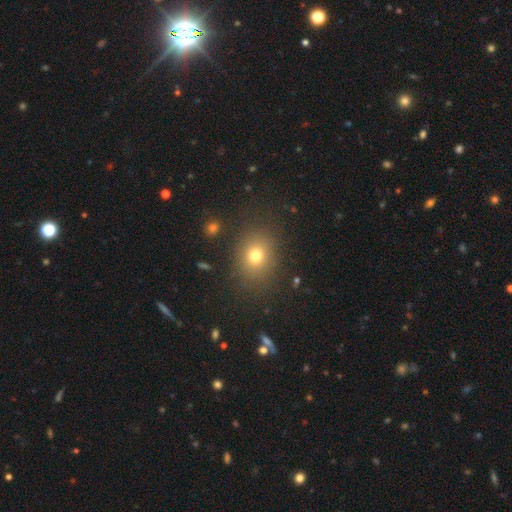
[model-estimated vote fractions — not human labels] Overall: smooth (75%). How rounded: round (56%; in between 43%). Merging: none (84%).